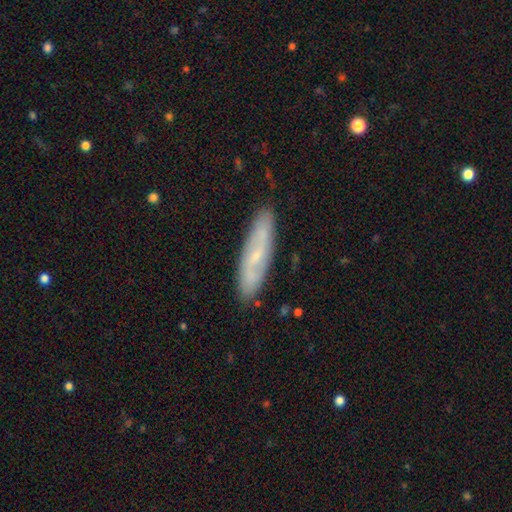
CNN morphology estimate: Smooth or featured?
  - featured or disk: 59% *
  - smooth: 34%
  - star or artifact: 8%
Edge-on disk?
  - no: 71% *
  - yes: 29%
Merging?
  - none: 86% *
  - minor disturbance: 11%
  - major disturbance: 2%
  - merger: 1%